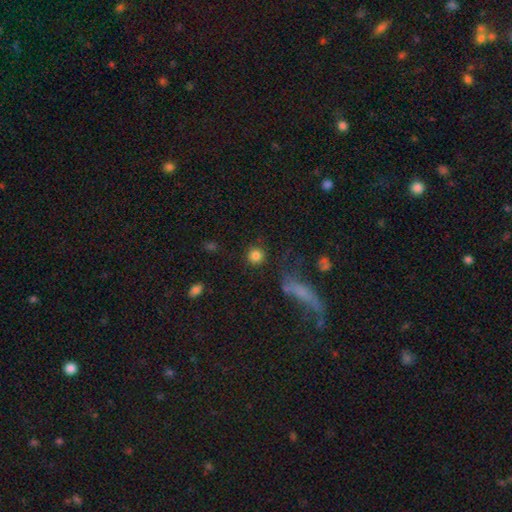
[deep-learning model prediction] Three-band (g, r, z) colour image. It shows a smooth galaxy with no disk features (83%) that is round (93%). Merging: none (85%).